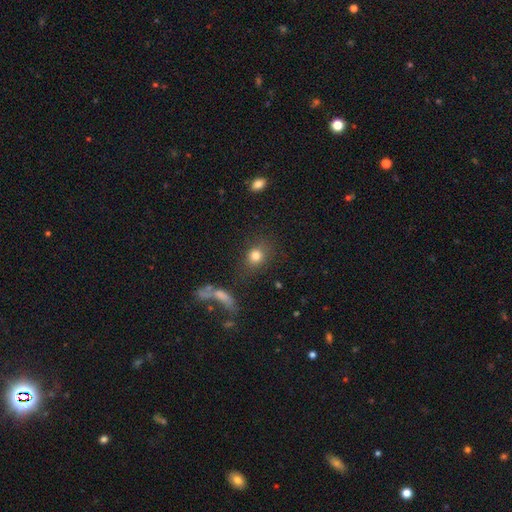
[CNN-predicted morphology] Q: Smooth or featured?
A: smooth (80%); runner-up: star or artifact (12%)
Q: How rounded?
A: round (67%); runner-up: in between (31%)
Q: Merging?
A: none (72%); runner-up: minor disturbance (12%)